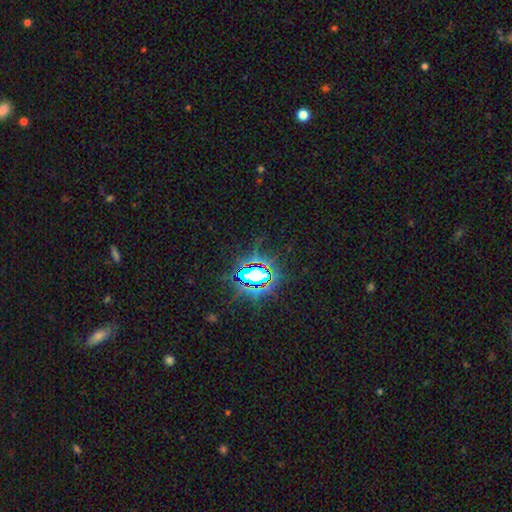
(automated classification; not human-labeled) smooth-or-featured: star or artifact: 80% | smooth: 12% | featured or disk: 9%